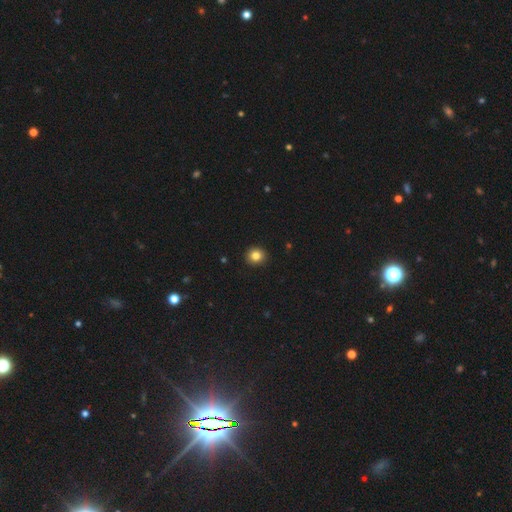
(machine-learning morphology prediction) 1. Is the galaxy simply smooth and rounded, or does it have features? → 84% smooth, 11% star or artifact, 5% featured or disk.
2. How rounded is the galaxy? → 87% round, 12% in between, 1% cigar-shaped.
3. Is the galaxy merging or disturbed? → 92% none, 5% minor disturbance, 1% major disturbance, 1% merger.